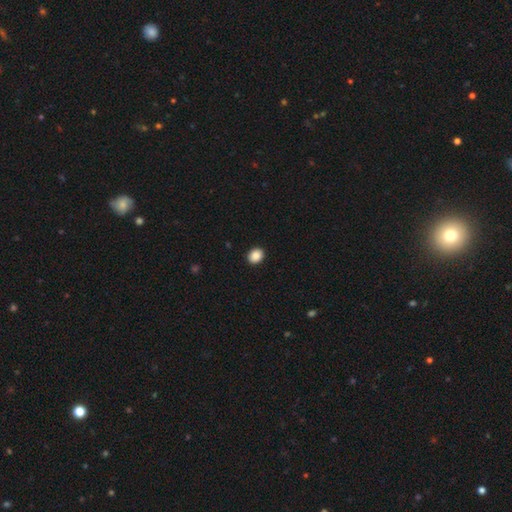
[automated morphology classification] This is clearly a smooth galaxy (89%). How rounded: possibly in between (50%). Merging: clearly none (91%).